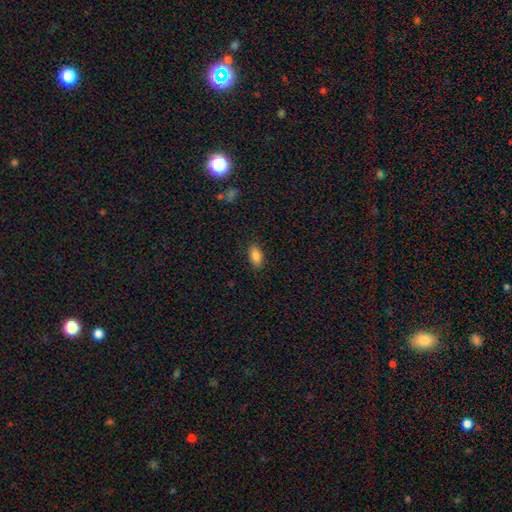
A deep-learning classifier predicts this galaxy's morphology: Smooth or featured? smooth (87%)
How rounded? in between (90%)
Merging? none (87%)